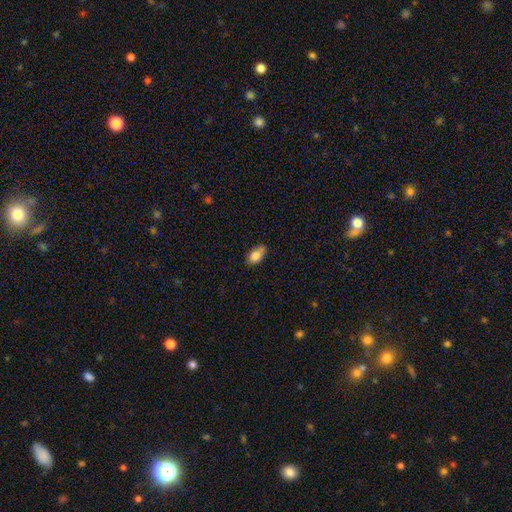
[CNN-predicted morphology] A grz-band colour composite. It shows a smooth galaxy with no disk features (82%) that is in between round and cigar-shaped (89%). Merging: none (63%).